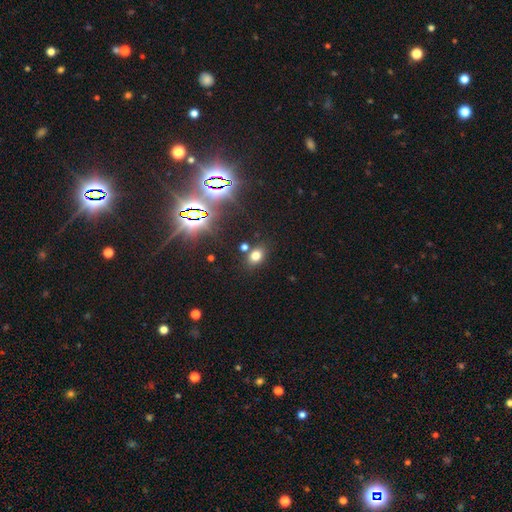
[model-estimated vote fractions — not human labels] Smooth or featured? Predicted: smooth (p=0.71). How rounded? Predicted: in between (p=0.63). Merging? Predicted: none (p=0.77).